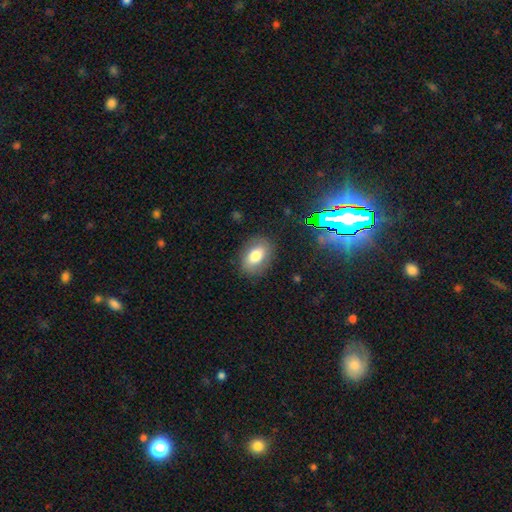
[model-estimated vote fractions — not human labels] smooth_or_featured: smooth (p=0.75) [alt: featured or disk p=0.16]
how_rounded: in between (p=0.82) [alt: round p=0.16]
merging: none (p=0.85) [alt: minor disturbance p=0.11]